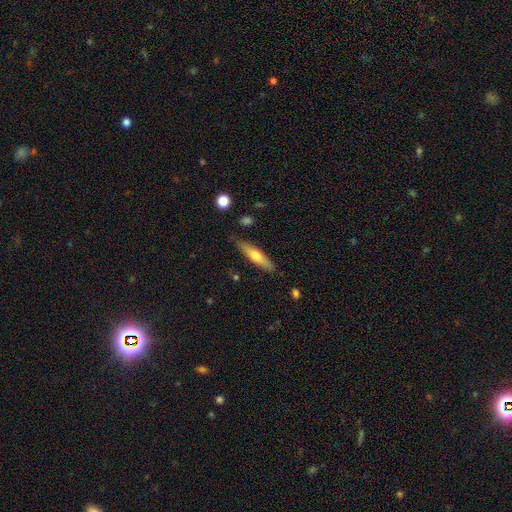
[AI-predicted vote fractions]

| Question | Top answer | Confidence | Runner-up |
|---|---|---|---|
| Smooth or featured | smooth | 53% | featured or disk (41%) |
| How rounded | cigar-shaped | 79% | in between (19%) |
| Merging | none | 83% | minor disturbance (13%) |